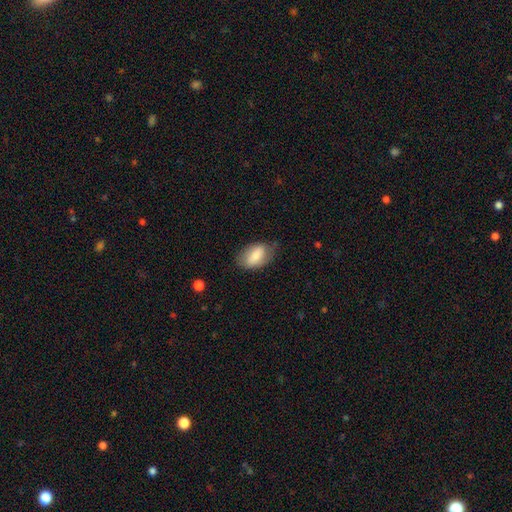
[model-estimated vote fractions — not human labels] smooth-or-featured: smooth: 73% | featured or disk: 20% | star or artifact: 6%
  how-rounded: in between: 91% | round: 6% | cigar-shaped: 2%
  merging: none: 67% | minor disturbance: 25% | major disturbance: 7% | merger: 1%